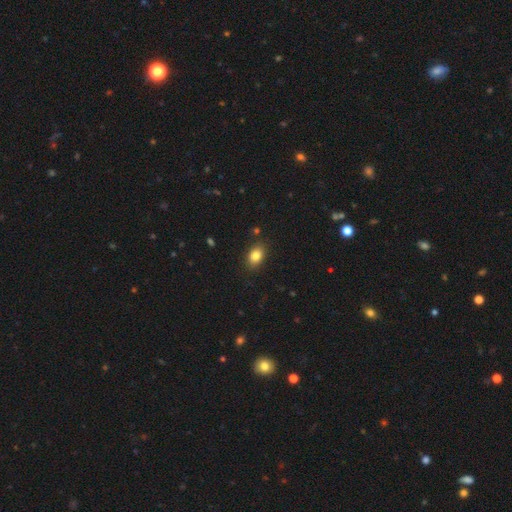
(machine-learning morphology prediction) Smooth or featured? smooth (83%)
How rounded? in between (79%)
Merging? none (86%)